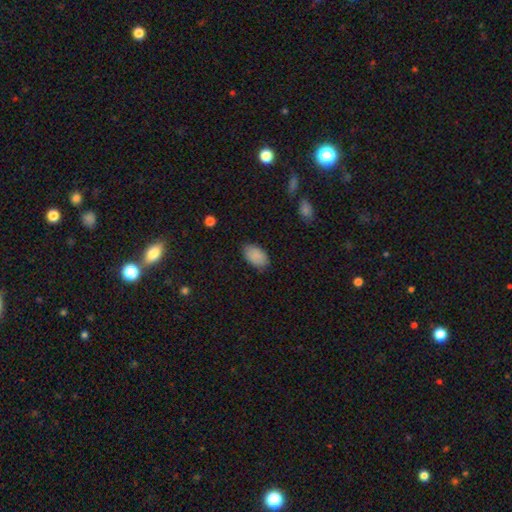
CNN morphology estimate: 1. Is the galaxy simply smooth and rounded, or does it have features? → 88% smooth, 8% star or artifact, 4% featured or disk.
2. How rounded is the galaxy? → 93% in between, 6% round, 1% cigar-shaped.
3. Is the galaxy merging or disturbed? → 82% none, 14% minor disturbance, 3% major disturbance, 1% merger.